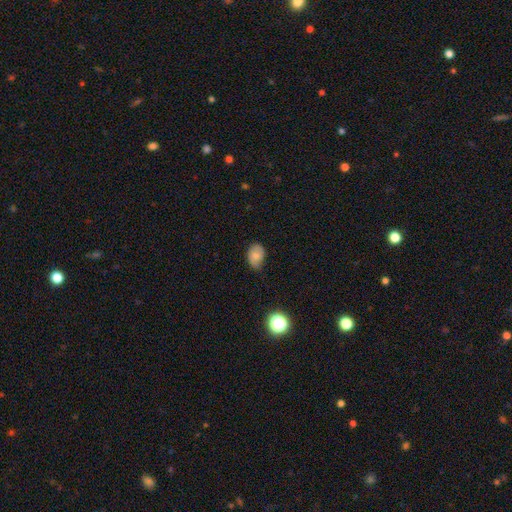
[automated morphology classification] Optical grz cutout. It shows a smooth galaxy with no disk features (73%) that is in between round and cigar-shaped (78%). Merging: none (63%).